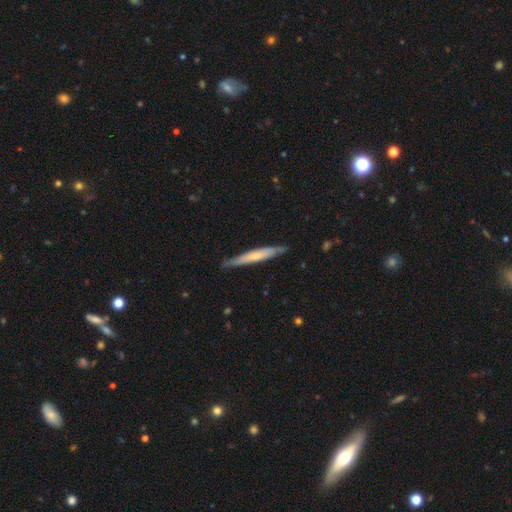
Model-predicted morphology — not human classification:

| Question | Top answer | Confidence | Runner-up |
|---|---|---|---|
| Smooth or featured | smooth | 50% | featured or disk (45%) |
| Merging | none | 82% | minor disturbance (14%) |